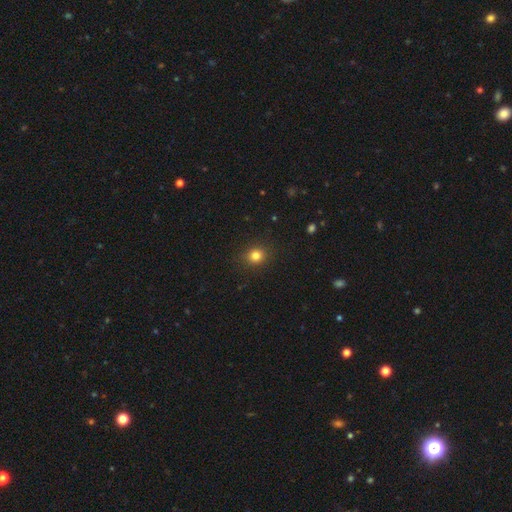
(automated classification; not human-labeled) This appears to be a smooth galaxy with no disk features (81%) that is round (78%). Merging: none (89%).